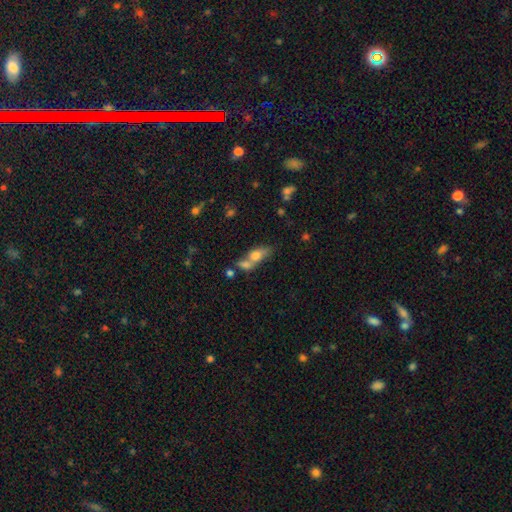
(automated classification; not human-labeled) smooth 63%, featured or disk 26%, star or artifact 11%. Down the decision tree: how rounded — in between (66%); merging — merger (52%).